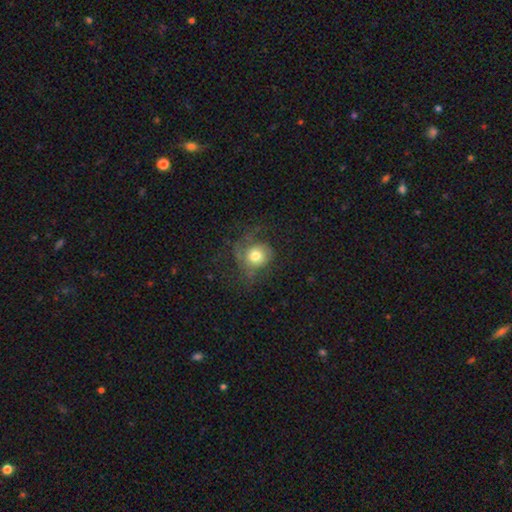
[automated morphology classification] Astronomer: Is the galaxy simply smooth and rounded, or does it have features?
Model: smooth — 60%.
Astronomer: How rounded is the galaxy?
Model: round — 79%.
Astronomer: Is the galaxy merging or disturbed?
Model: none — 48% (runner-up: major disturbance, 28%).